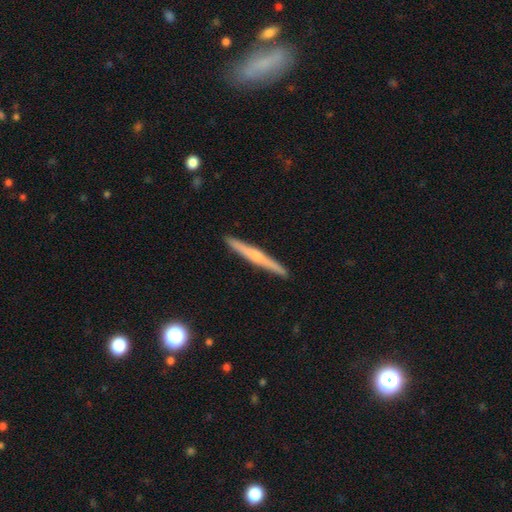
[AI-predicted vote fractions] This is possibly a featured or disk galaxy (59%). It is clearly viewed edge-on (98%). Edge-on bulge: likely rounded (66%). Merging: clearly none (92%).